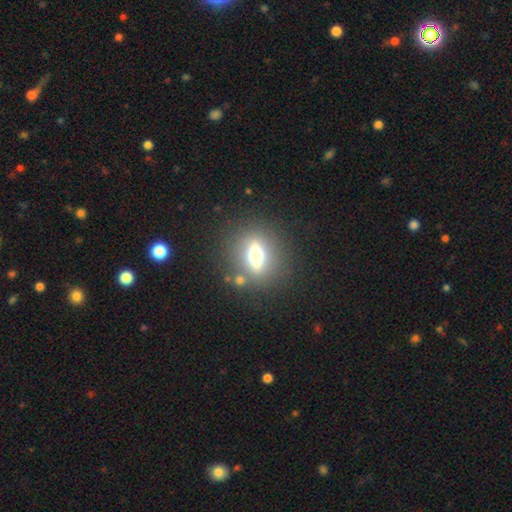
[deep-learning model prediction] A smooth galaxy with no disk features (43%, tied with featured or disk). Merging: none (80%).